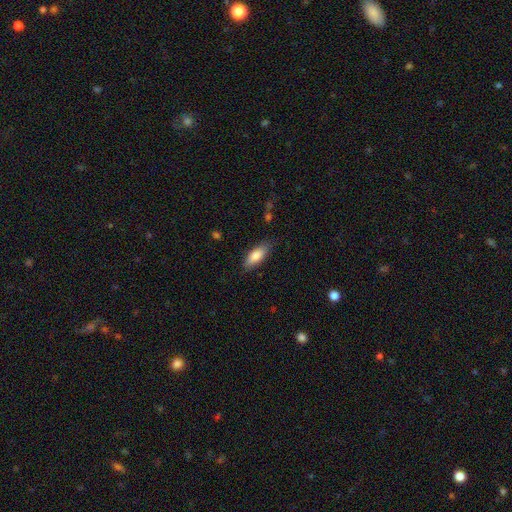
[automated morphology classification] A smooth galaxy with no disk features (83%) that is in between round and cigar-shaped (77%). Merging: none (80%).